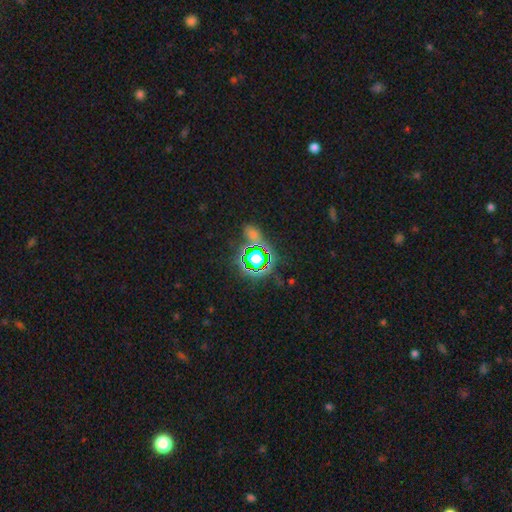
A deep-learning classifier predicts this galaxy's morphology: This appears to be a star or artifact, not a galaxy (76%).